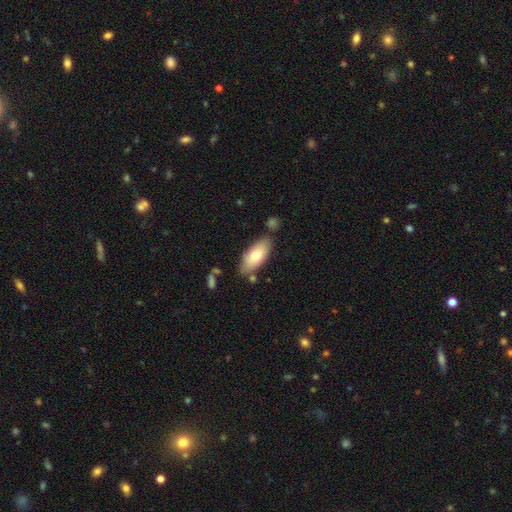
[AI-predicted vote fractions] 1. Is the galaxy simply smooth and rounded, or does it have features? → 73% smooth, 21% featured or disk, 6% star or artifact.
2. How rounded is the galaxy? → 86% in between, 12% cigar-shaped, 2% round.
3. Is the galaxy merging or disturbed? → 75% none, 15% minor disturbance, 6% merger, 3% major disturbance.